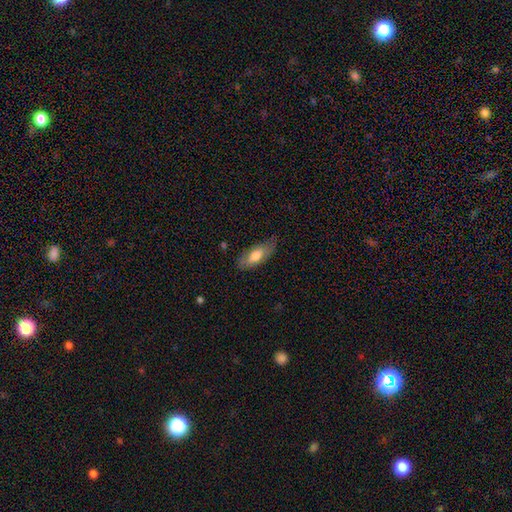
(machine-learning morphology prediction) A smooth galaxy with no disk features (65%) that is in between round and cigar-shaped (78%). Merging: none (72%).